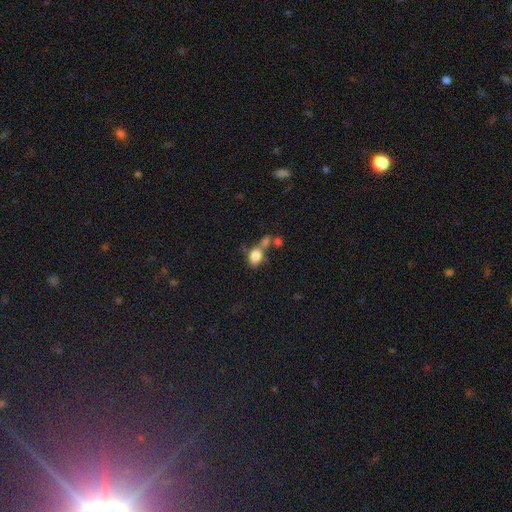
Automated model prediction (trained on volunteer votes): The model was most divided on "merging": none: 38%, merger: 36%, minor disturbance: 15%, major disturbance: 10%. More confident: smooth or featured — smooth (79%); how rounded — in between (63%).